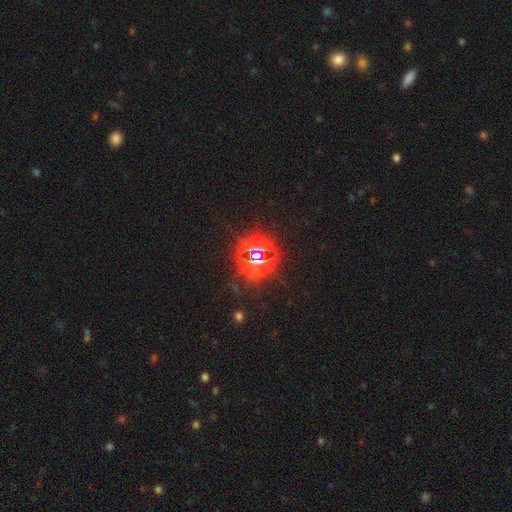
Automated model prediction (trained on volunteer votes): star or artifact 82%, smooth 10%, featured or disk 8%.